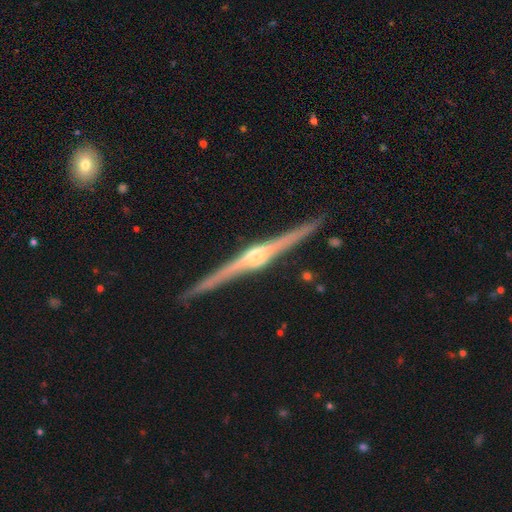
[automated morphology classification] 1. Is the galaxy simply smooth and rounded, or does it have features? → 90% featured or disk, 6% smooth, 4% star or artifact.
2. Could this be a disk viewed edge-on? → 99% yes, 1% no.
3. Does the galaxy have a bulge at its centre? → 87% rounded, 8% boxy, 5% none.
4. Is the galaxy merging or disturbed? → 92% none, 6% minor disturbance, 1% major disturbance, 1% merger.